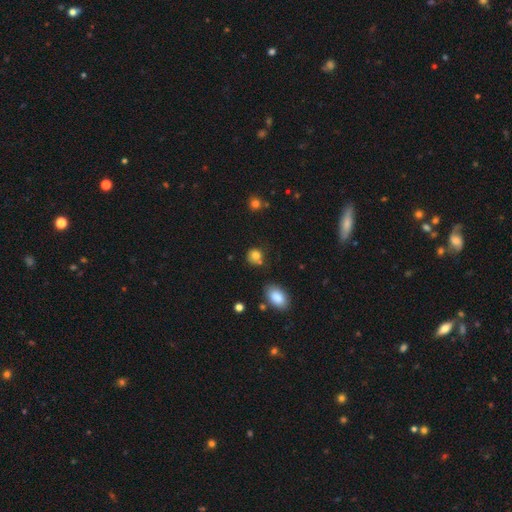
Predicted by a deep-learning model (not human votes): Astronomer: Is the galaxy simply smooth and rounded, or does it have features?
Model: smooth — 81%.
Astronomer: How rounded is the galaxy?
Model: round — 79%.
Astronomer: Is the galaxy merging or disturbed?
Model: none — 68%.